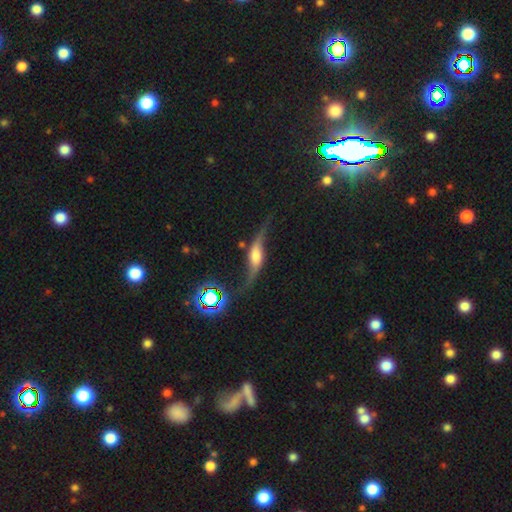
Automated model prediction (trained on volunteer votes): This appears to be a featured or disk galaxy (76%). Merging: none (56%).